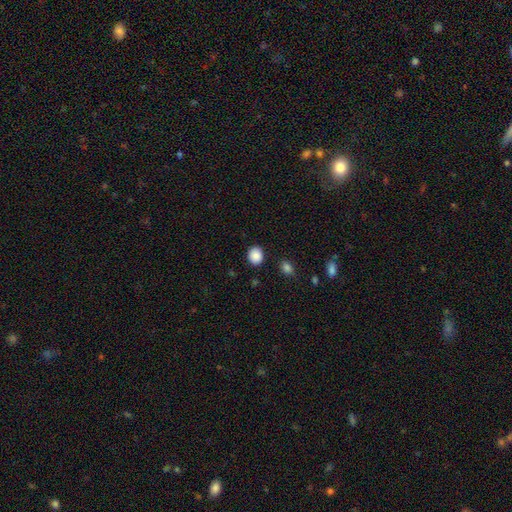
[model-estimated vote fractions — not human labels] smooth_or_featured: smooth (p=0.89) [alt: star or artifact p=0.08]
how_rounded: round (p=0.62) [alt: in between p=0.37]
merging: none (p=0.88) [alt: minor disturbance p=0.08]